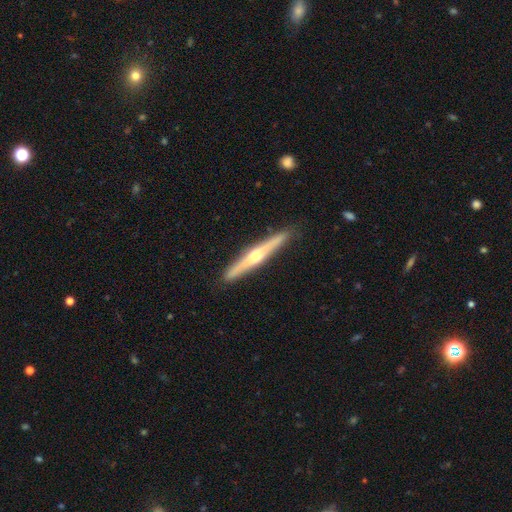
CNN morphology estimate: smooth-or-featured: featured or disk: 73% | smooth: 22% | star or artifact: 5%
  disk-edge-on: yes: 98% | no: 2%
    edge-on-bulge: rounded: 90% | none: 7% | boxy: 4%
  merging: none: 91% | minor disturbance: 7% | major disturbance: 1% | merger: 1%